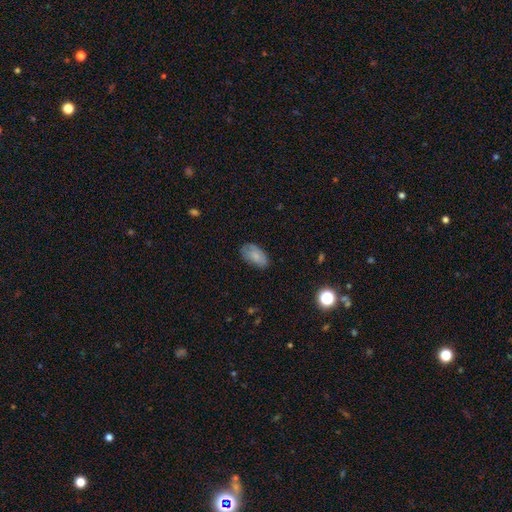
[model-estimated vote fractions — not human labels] A smooth galaxy with no disk features (79%) that is in between round and cigar-shaped (93%). Merging: none (75%).